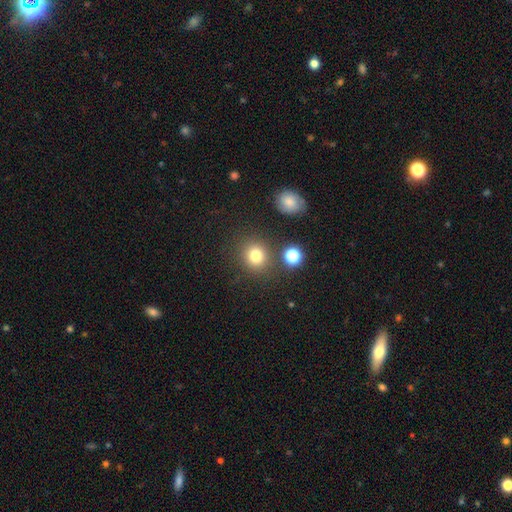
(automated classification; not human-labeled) This is likely a smooth galaxy (78%). How rounded: clearly round (84%). Merging: clearly none (81%).